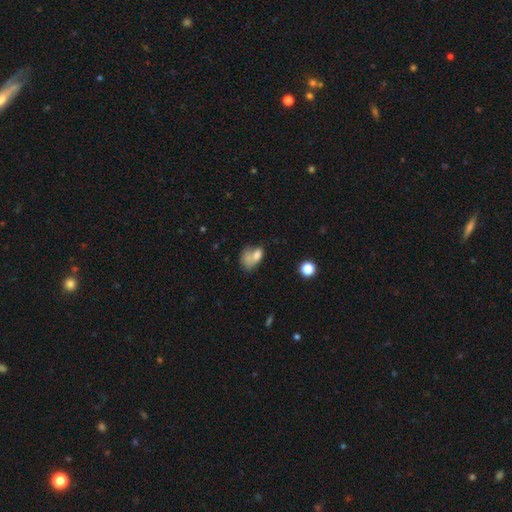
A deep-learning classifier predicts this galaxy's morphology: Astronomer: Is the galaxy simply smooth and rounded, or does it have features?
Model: smooth — 70%.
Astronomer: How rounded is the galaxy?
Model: in between — 76%.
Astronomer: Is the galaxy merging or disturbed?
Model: merger — 29% (runner-up: major disturbance, 26%).